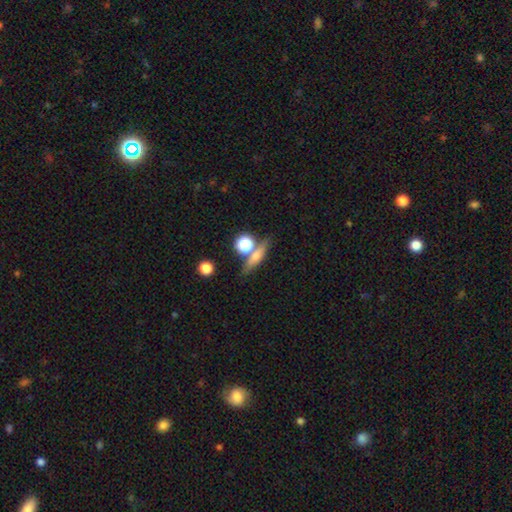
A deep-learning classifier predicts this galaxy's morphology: A smooth galaxy with no disk features (51%) that is cigar-shaped (56%).

Vote fractions:
- Smooth or featured? smooth: 51% / featured or disk: 37% / star or artifact: 12%
- How rounded? cigar-shaped: 56% / in between: 24% / round: 20%
- Merging? none: 69% / merger: 17% / minor disturbance: 11% / major disturbance: 4%